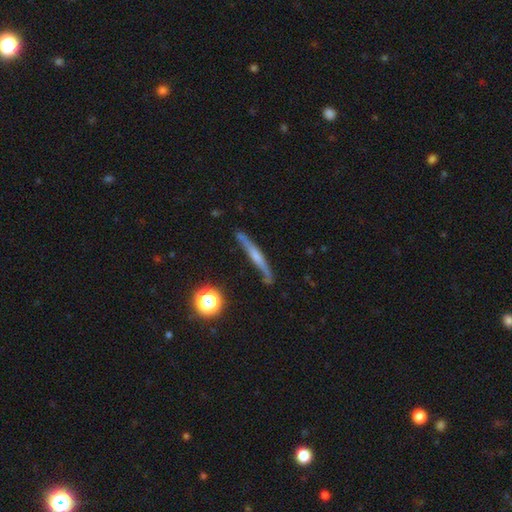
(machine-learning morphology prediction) This is likely a featured or disk galaxy (62%). It is clearly viewed edge-on (92%). Edge-on bulge: marginally rounded (41%). Merging: likely none (78%).